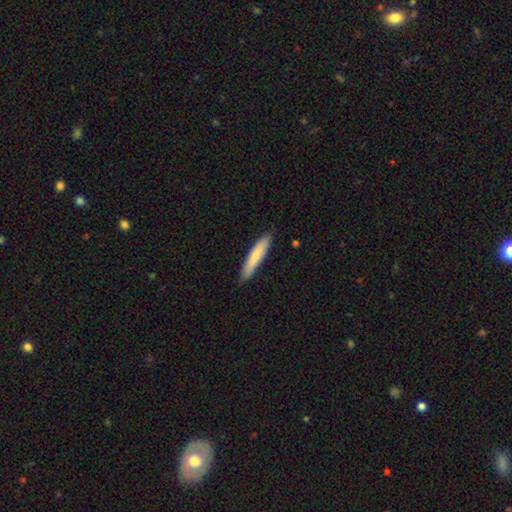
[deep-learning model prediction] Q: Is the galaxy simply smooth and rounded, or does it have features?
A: smooth — 77%.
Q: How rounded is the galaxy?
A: cigar-shaped — 87%.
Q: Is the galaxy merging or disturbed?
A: none — 85%.